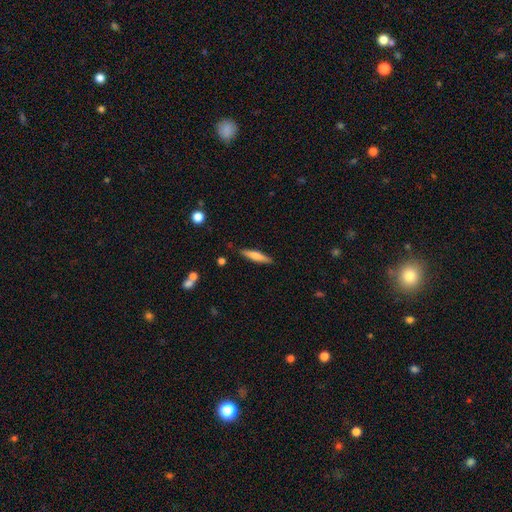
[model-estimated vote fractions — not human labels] This appears to be a smooth galaxy with no disk features (65%) that is cigar-shaped (86%). Merging: none (87%).